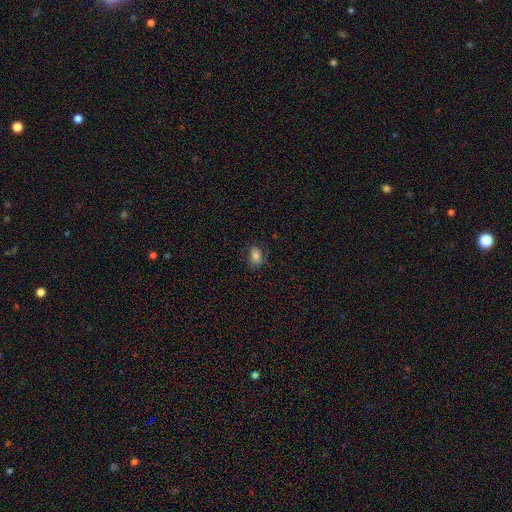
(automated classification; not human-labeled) Q: Smooth or featured?
A: smooth (80%); runner-up: star or artifact (10%)
Q: How rounded?
A: in between (75%); runner-up: round (24%)
Q: Merging?
A: none (76%); runner-up: minor disturbance (18%)